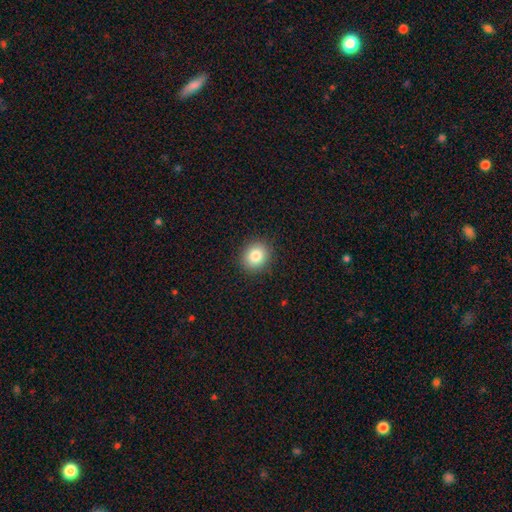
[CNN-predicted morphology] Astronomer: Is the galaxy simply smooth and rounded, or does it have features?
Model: smooth — 83%.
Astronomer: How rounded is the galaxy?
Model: round — 73%.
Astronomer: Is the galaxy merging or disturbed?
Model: none — 91%.